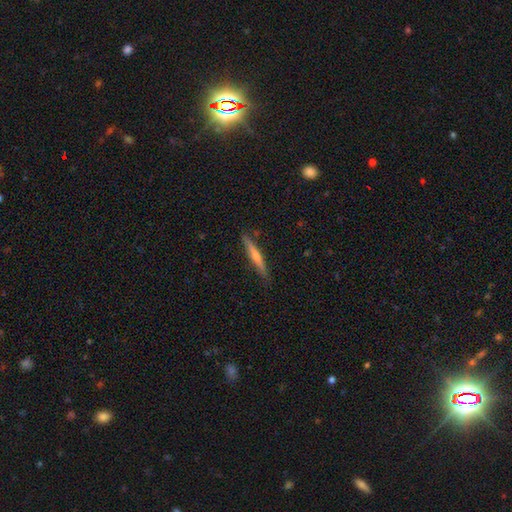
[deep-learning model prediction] smooth_or_featured: featured or disk (p=0.66) [alt: smooth p=0.28]
disk_edge_on: yes (p=0.97) [alt: no p=0.03]
edge_on_bulge: rounded (p=0.80) [alt: none p=0.16]
merging: none (p=0.89) [alt: minor disturbance p=0.08]